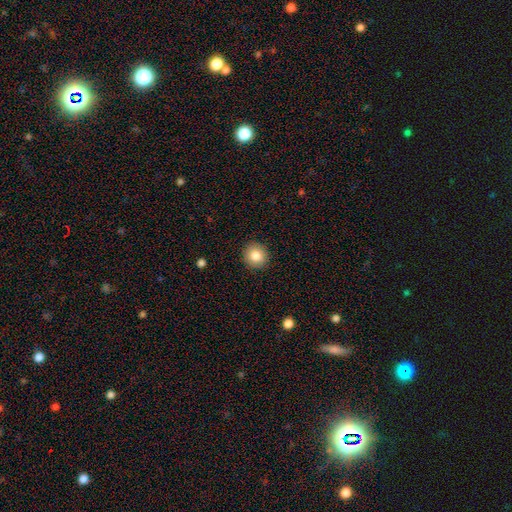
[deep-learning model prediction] Smooth or featured? smooth (84%)
How rounded? round (90%)
Merging? none (92%)